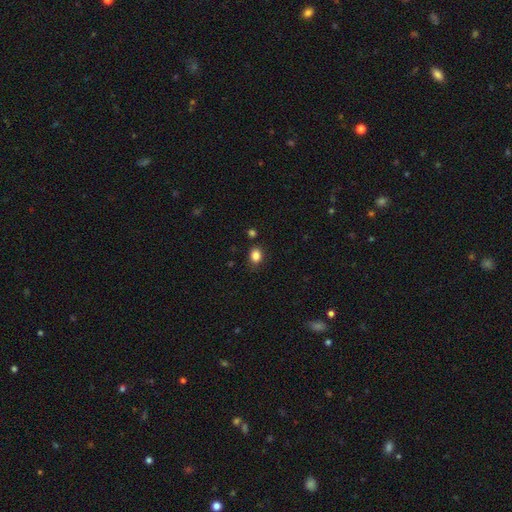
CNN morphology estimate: The model was most divided on "how rounded": in between: 55%, round: 44%, cigar-shaped: 1%. More confident: smooth or featured — smooth (85%); merging — none (80%).